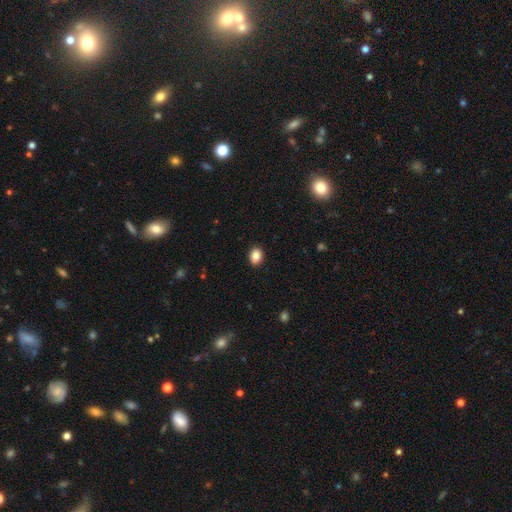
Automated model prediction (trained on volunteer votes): Overall: smooth (86%). How rounded: in between (53%; round 46%). Merging: none (89%).